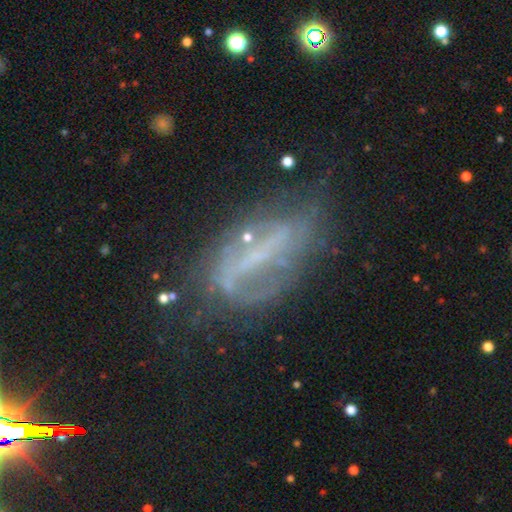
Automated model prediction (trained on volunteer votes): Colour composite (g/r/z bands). It shows a featured or disk galaxy (61%). Merging: none (46%).